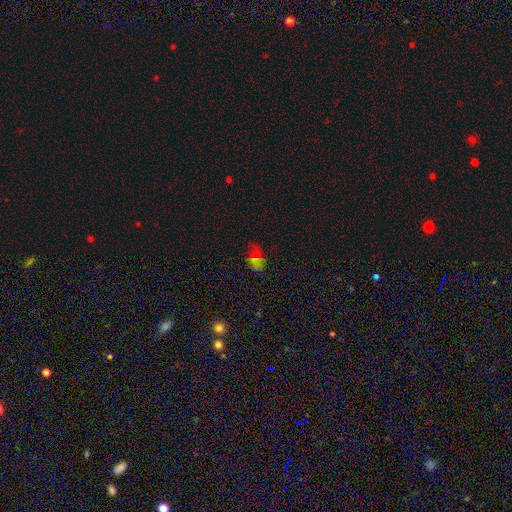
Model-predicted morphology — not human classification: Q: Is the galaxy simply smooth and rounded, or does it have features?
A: smooth — 57%.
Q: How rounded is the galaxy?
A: in between — 88%.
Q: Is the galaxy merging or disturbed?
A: none — 58%.